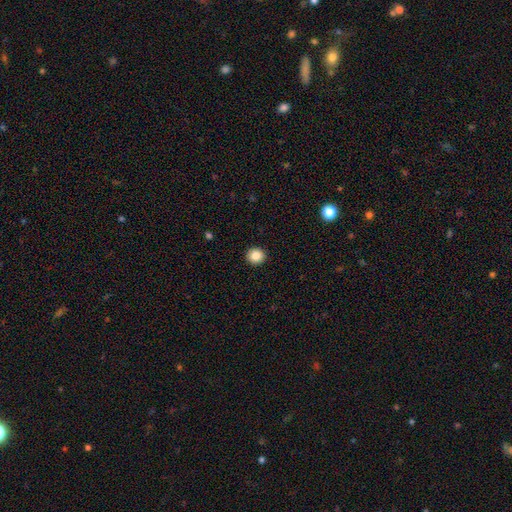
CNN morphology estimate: A smooth galaxy with no disk features (85%) that is round (93%).

Vote fractions:
- Smooth or featured? smooth: 85% / star or artifact: 10% / featured or disk: 5%
- How rounded? round: 93% / in between: 6% / cigar-shaped: 1%
- Merging? none: 93% / minor disturbance: 4% / major disturbance: 1% / merger: 1%